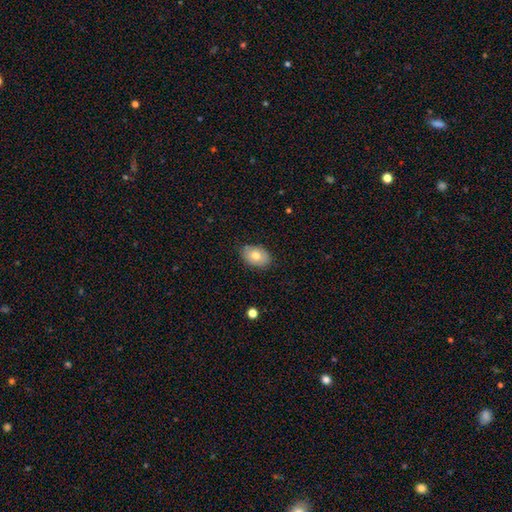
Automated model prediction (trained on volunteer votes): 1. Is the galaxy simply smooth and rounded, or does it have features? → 76% smooth, 16% featured or disk, 7% star or artifact.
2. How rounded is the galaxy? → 84% in between, 15% round, 1% cigar-shaped.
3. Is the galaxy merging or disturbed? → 82% none, 14% minor disturbance, 2% major disturbance, 1% merger.